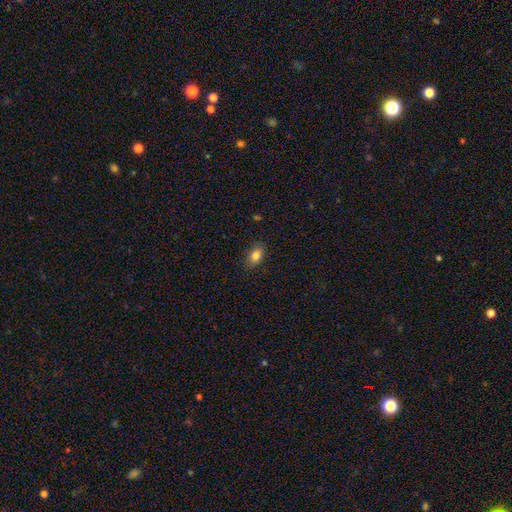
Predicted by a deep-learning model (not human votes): Morphology: type=smooth (83%); roundness=in between (80%); merging=none (82%).